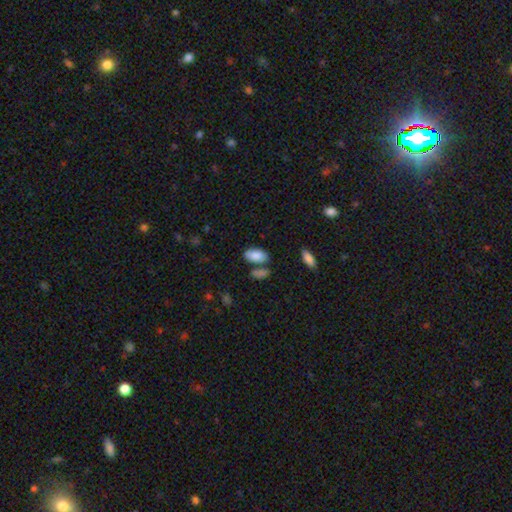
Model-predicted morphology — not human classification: Q: Smooth or featured?
A: smooth (84%); runner-up: featured or disk (9%)
Q: How rounded?
A: in between (94%); runner-up: round (3%)
Q: Merging?
A: none (61%); runner-up: merger (18%)